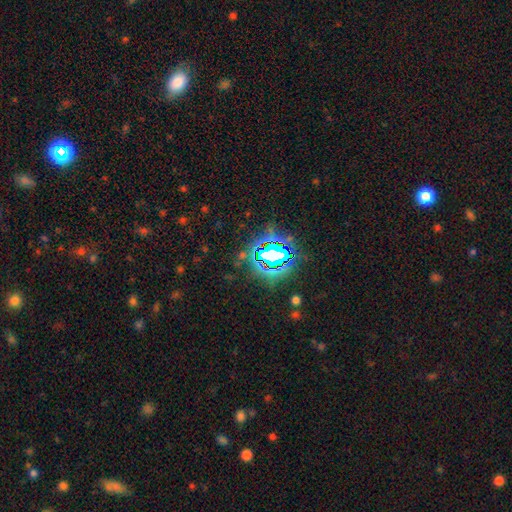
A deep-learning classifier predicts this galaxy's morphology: star or artifact 81%, smooth 12%, featured or disk 8%.